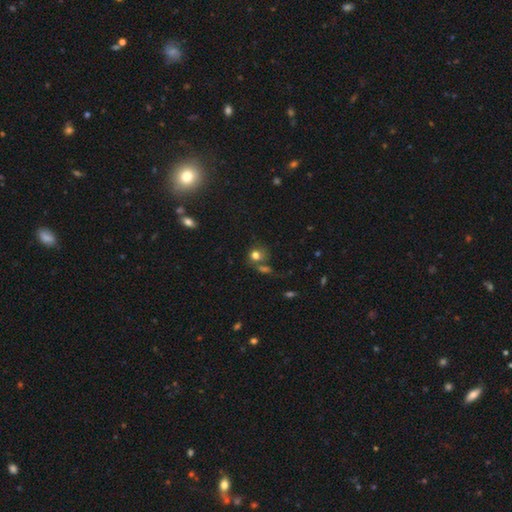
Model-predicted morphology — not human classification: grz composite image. It shows a smooth galaxy with no disk features (74%) that is round (79%). Merging: none (54%).